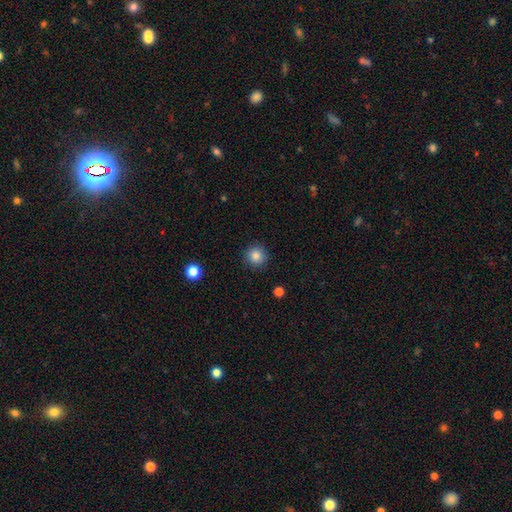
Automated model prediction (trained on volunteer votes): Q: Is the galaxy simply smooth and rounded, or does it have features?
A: smooth — 85%.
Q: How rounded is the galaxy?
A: round — 94%.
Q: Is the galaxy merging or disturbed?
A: none — 90%.